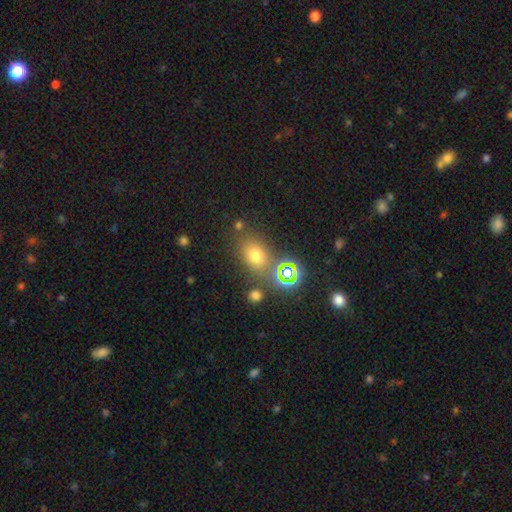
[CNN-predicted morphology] Smooth or featured?
  - smooth: 64% *
  - star or artifact: 25%
  - featured or disk: 11%
How rounded?
  - in between: 61% *
  - round: 37%
  - cigar-shaped: 2%
Merging?
  - none: 71% *
  - minor disturbance: 13%
  - merger: 11%
  - major disturbance: 6%